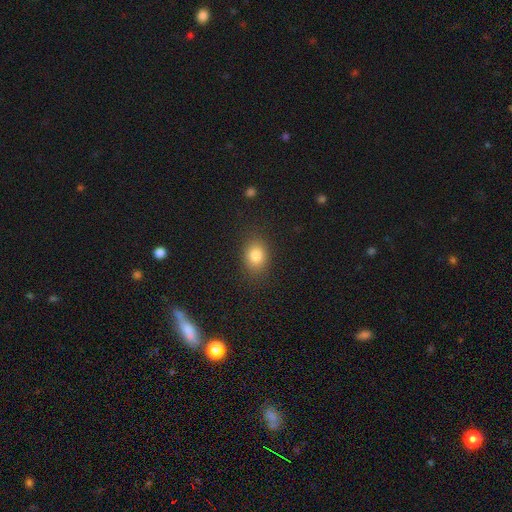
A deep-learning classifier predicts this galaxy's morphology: Q: Smooth or featured?
A: smooth (84%); runner-up: star or artifact (10%)
Q: How rounded?
A: in between (61%); runner-up: round (38%)
Q: Merging?
A: none (84%); runner-up: minor disturbance (11%)